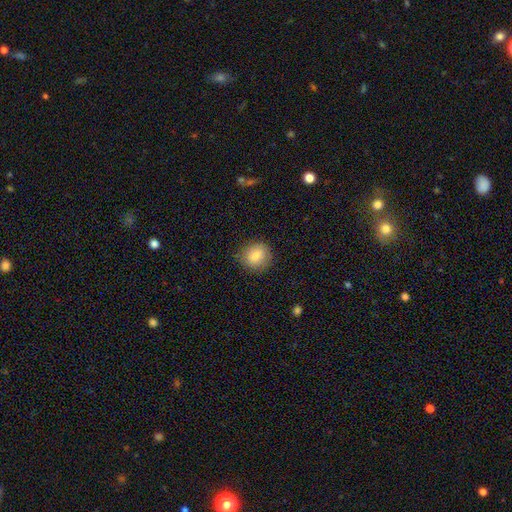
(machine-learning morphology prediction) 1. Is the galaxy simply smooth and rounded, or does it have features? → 85% smooth, 8% star or artifact, 7% featured or disk.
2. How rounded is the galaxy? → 78% round, 21% in between, 1% cigar-shaped.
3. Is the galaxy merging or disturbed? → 85% none, 11% minor disturbance, 3% major disturbance, 1% merger.